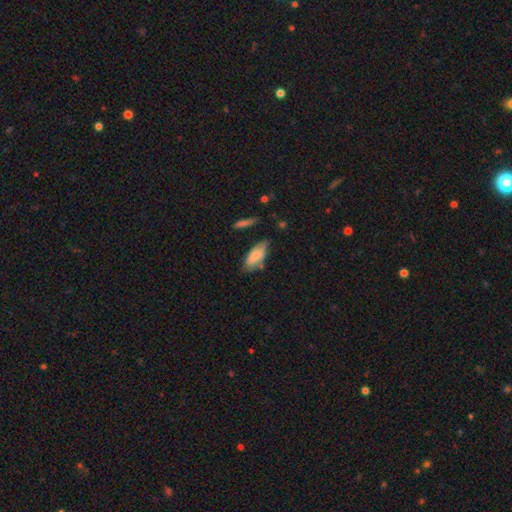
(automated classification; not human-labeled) A smooth galaxy with no disk features (82%) that is in between round and cigar-shaped (84%).

Vote fractions:
- Smooth or featured? smooth: 82% / featured or disk: 11% / star or artifact: 6%
- How rounded? in between: 84% / cigar-shaped: 14% / round: 2%
- Merging? none: 66% / minor disturbance: 24% / merger: 5% / major disturbance: 5%